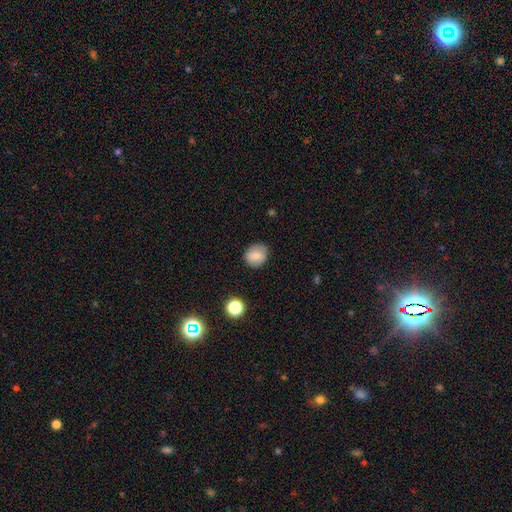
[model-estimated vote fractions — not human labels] Smooth or featured? smooth (79%)
How rounded? round (73%)
Merging? none (82%)